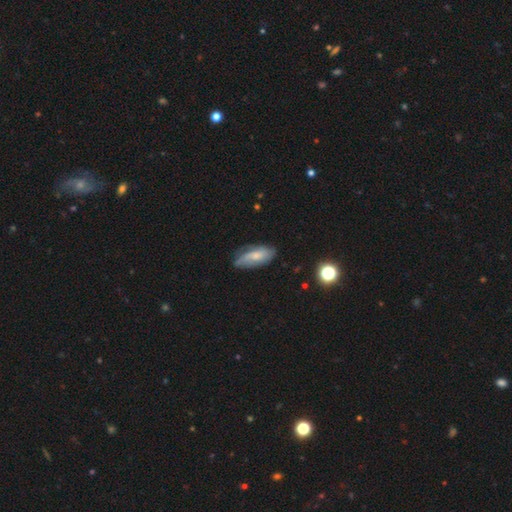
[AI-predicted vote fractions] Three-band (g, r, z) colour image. It shows a smooth galaxy with no disk features (50%). Merging: none (63%).